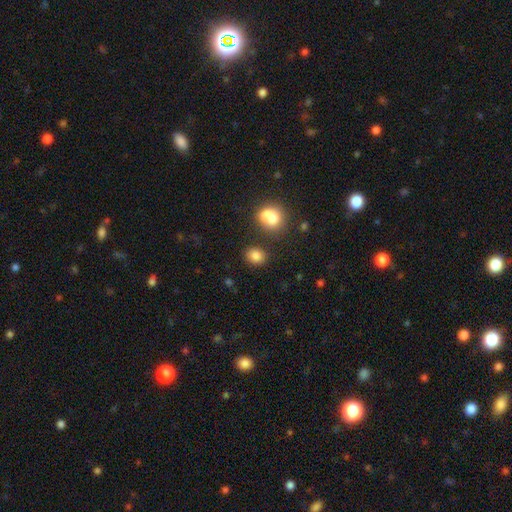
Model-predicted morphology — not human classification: A smooth galaxy with no disk features (82%) that is round (58%).

Vote fractions:
- Smooth or featured? smooth: 82% / star or artifact: 11% / featured or disk: 6%
- How rounded? round: 58% / in between: 40% / cigar-shaped: 1%
- Merging? none: 79% / minor disturbance: 10% / merger: 8% / major disturbance: 3%